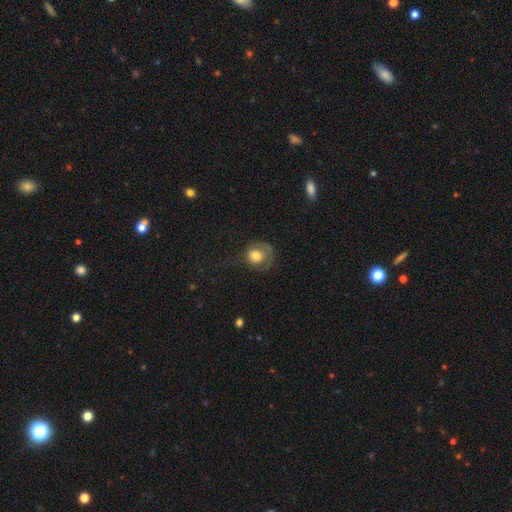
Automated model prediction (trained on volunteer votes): This is likely a smooth galaxy (66%). How rounded: likely round (75%). Merging: marginally none (44%).